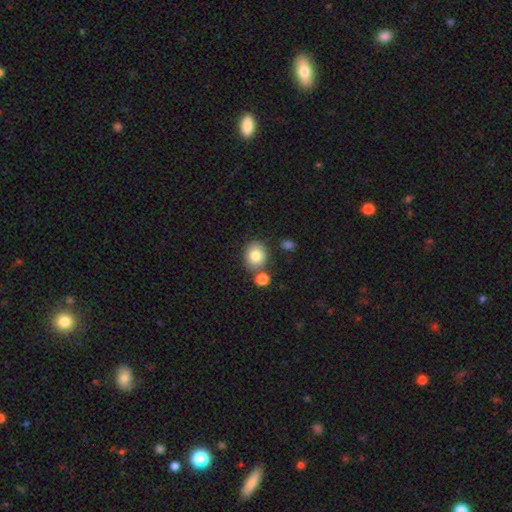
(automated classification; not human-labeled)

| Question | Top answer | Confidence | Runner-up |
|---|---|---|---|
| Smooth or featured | smooth | 81% | featured or disk (10%) |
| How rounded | round | 66% | in between (33%) |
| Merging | none | 68% | merger (17%) |